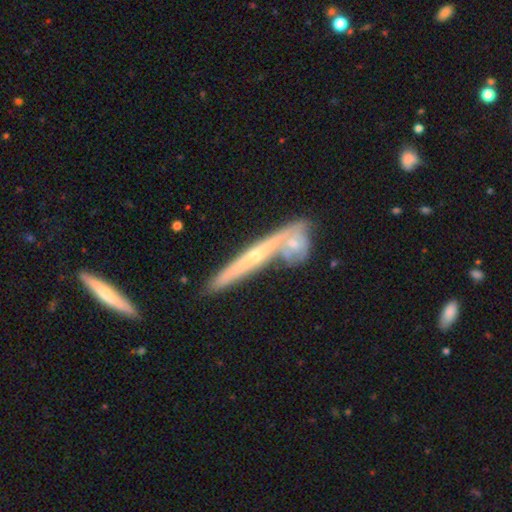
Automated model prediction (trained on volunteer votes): Smooth or featured? Predicted: featured or disk (p=0.70). Edge-on disk? Predicted: yes (p=0.94). Edge-on bulge? Predicted: rounded (p=0.62). Merging? Predicted: none (p=0.64).